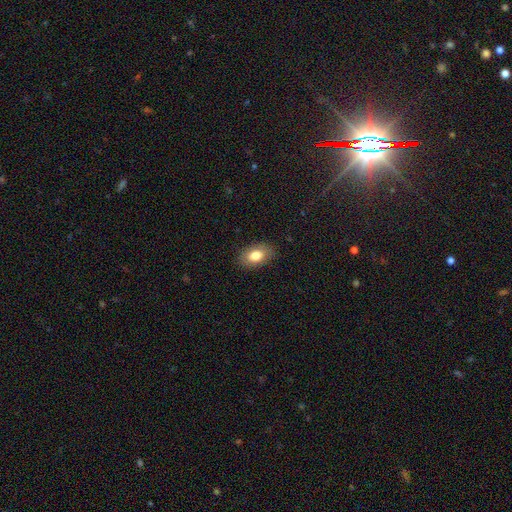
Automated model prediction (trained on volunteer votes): Morphology: type=smooth (80%); roundness=in between (89%); merging=none (86%).